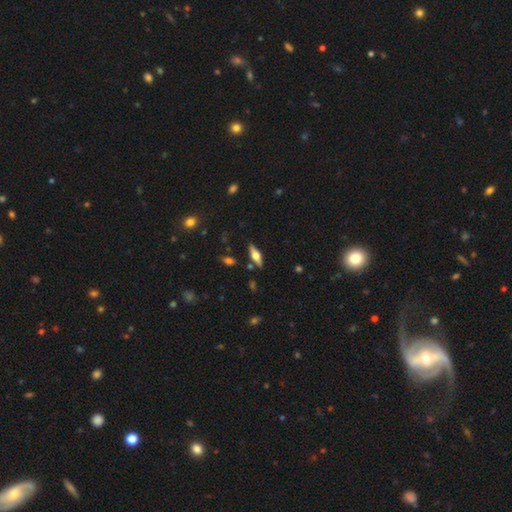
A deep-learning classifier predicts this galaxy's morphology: smooth-or-featured: featured or disk: 58% | smooth: 35% | star or artifact: 7%
  disk-edge-on: yes: 94% | no: 6%
    edge-on-bulge: rounded: 92% | boxy: 7% | none: 2%
  merging: none: 84% | minor disturbance: 10% | merger: 4% | major disturbance: 3%